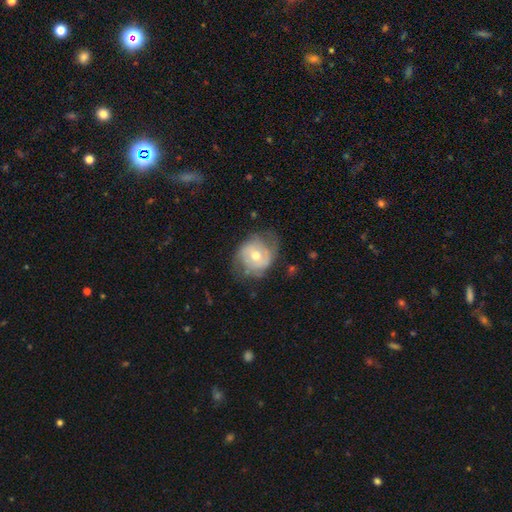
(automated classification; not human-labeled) Smooth or featured? featured or disk (61%)
Edge-on disk? no (97%)
Bar? no (69%)
Spiral arms? yes (72%)
Bulge size? moderate (68%)
Merging? none (54%)